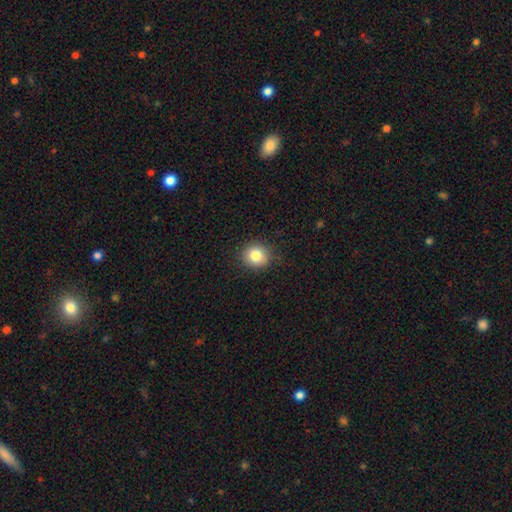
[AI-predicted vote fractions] Smooth or featured?
  - smooth: 82% *
  - star or artifact: 10%
  - featured or disk: 8%
How rounded?
  - round: 83% *
  - in between: 16%
  - cigar-shaped: 1%
Merging?
  - none: 88% *
  - minor disturbance: 9%
  - major disturbance: 2%
  - merger: 1%